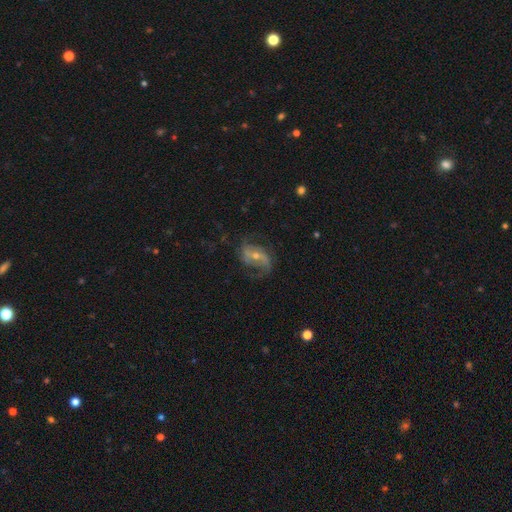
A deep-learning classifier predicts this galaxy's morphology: A featured or disk galaxy (78%) with a weak bar (39%), 2 (78%) loose (51%) spiral arms (92%) and a small central bulge (55%).

Vote fractions:
- Smooth or featured? featured or disk: 78% / smooth: 12% / star or artifact: 9%
- Edge-on disk? no: 96% / yes: 4%
- Bar? weak: 39% / no: 38% / strong: 23%
- Spiral arms? yes: 92% / no: 8%
- Spiral winding? loose: 51% / medium: 36% / tight: 13%
- Spiral arm count? 2: 78% / can't tell: 9% / 1: 7% / 3: 3% / 4: 2% / more than 4: 2%
- Bulge size? small: 55% / moderate: 41% / none: 2% / large: 2% / dominant: 1%
- Merging? none: 63% / minor disturbance: 20% / major disturbance: 16% / merger: 2%